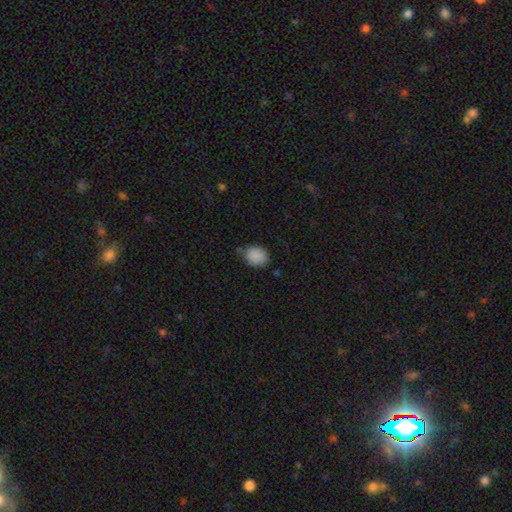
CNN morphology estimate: A smooth galaxy with no disk features (88%) that is round (56%).

Vote fractions:
- Smooth or featured? smooth: 88% / star or artifact: 8% / featured or disk: 3%
- How rounded? round: 56% / in between: 43% / cigar-shaped: 1%
- Merging? none: 65% / minor disturbance: 25% / merger: 5% / major disturbance: 5%